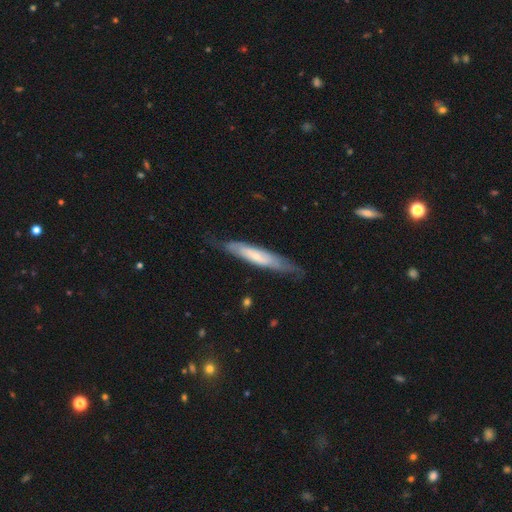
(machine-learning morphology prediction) A featured or disk galaxy (57%) viewed edge-on (60%).

Vote fractions:
- Smooth or featured? featured or disk: 57% / smooth: 37% / star or artifact: 6%
- Edge-on disk? yes: 60% / no: 40%
- Merging? none: 73% / minor disturbance: 20% / major disturbance: 6% / merger: 2%